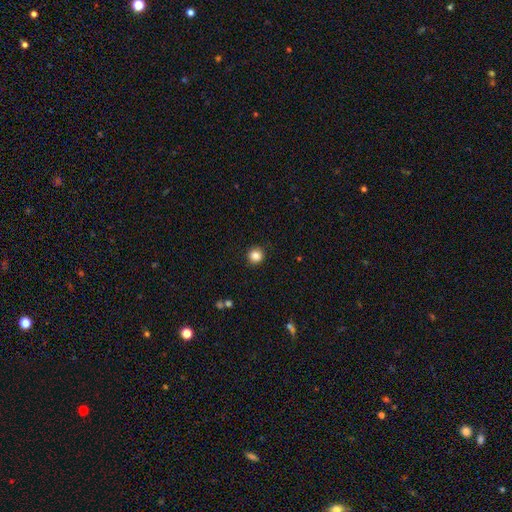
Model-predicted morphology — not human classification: Smooth or featured: smooth — 84% (star or artifact — 11%)
How rounded: round — 93% (in between — 6%)
Merging: none — 91% (minor disturbance — 6%)